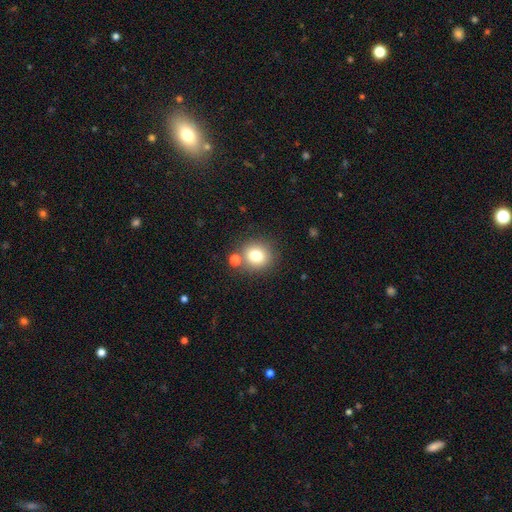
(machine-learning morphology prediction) This is likely a smooth galaxy (78%). How rounded: clearly round (83%). Merging: likely none (75%).